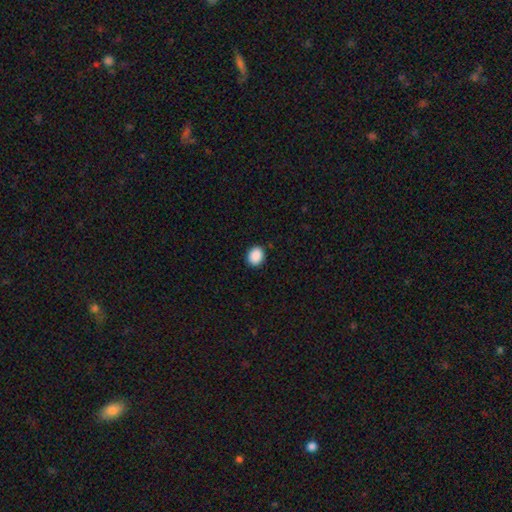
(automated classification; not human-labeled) The model was most divided on "how rounded": round: 63%, in between: 36%, cigar-shaped: 1%. More confident: smooth or featured — smooth (90%); merging — none (89%).